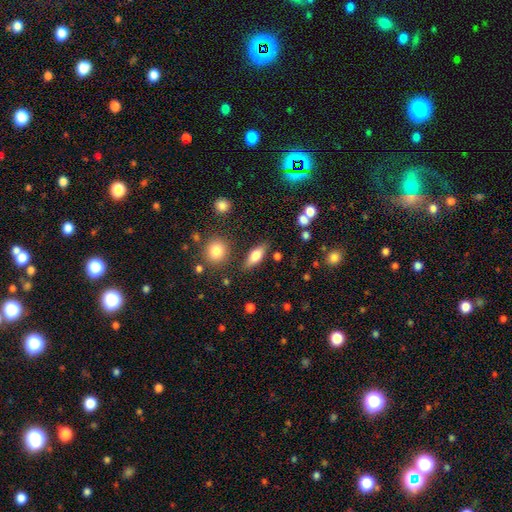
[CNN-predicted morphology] Smooth or featured? smooth (67%)
How rounded? in between (72%)
Merging? none (79%)